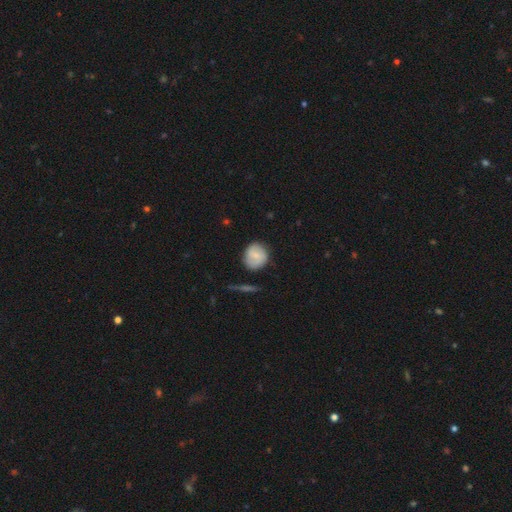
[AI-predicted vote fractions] This is likely a smooth galaxy (70%). How rounded: clearly round (83%). Merging: likely none (77%).